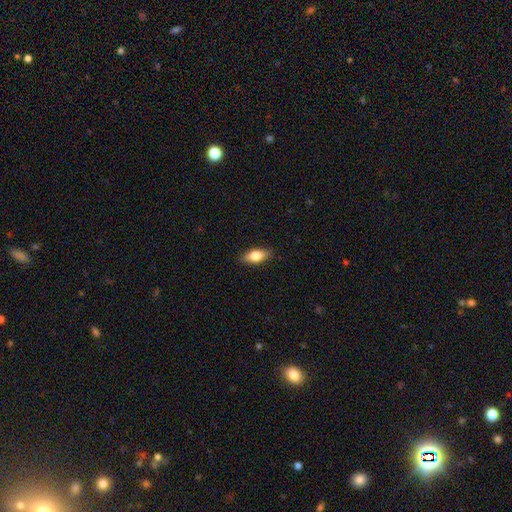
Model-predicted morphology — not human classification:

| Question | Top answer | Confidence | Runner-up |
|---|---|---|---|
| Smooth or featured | smooth | 72% | featured or disk (21%) |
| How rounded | in between | 81% | cigar-shaped (14%) |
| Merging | none | 86% | minor disturbance (11%) |